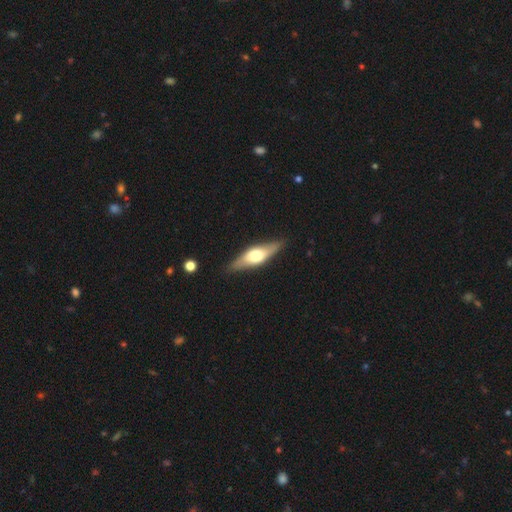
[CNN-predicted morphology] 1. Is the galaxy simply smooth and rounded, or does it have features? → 55% featured or disk, 40% smooth, 5% star or artifact.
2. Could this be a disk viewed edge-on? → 87% yes, 13% no.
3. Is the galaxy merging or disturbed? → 86% none, 11% minor disturbance, 2% major disturbance, 1% merger.